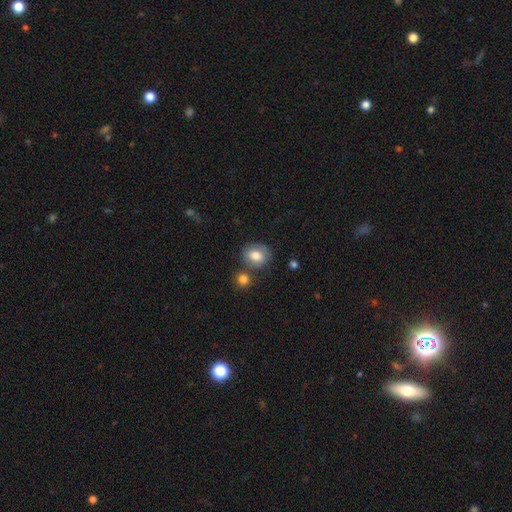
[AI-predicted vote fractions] A smooth galaxy with no disk features (77%) that is round (62%).

Vote fractions:
- Smooth or featured? smooth: 77% / featured or disk: 15% / star or artifact: 8%
- How rounded? round: 62% / in between: 37% / cigar-shaped: 1%
- Merging? none: 66% / minor disturbance: 16% / merger: 14% / major disturbance: 5%